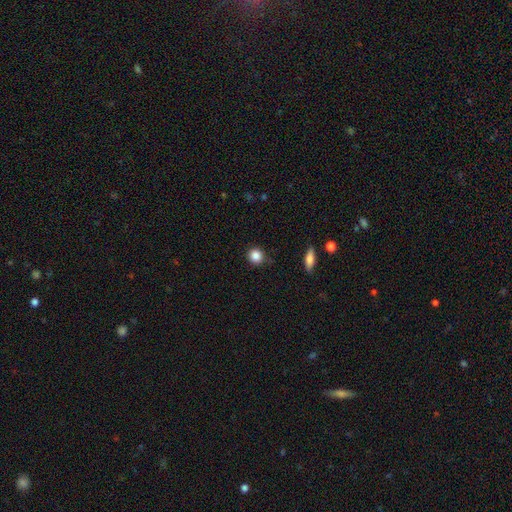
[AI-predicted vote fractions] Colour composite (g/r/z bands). It shows a smooth galaxy with no disk features (86%) that is round (90%). Merging: none (86%).